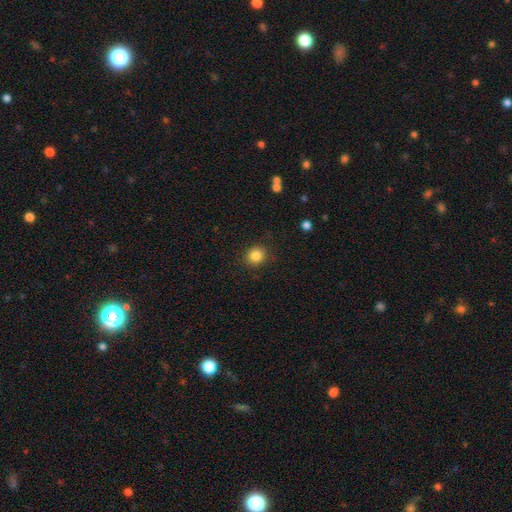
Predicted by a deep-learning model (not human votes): Smooth or featured: smooth — 85% (star or artifact — 10%)
How rounded: round — 85% (in between — 14%)
Merging: none — 89% (minor disturbance — 7%)